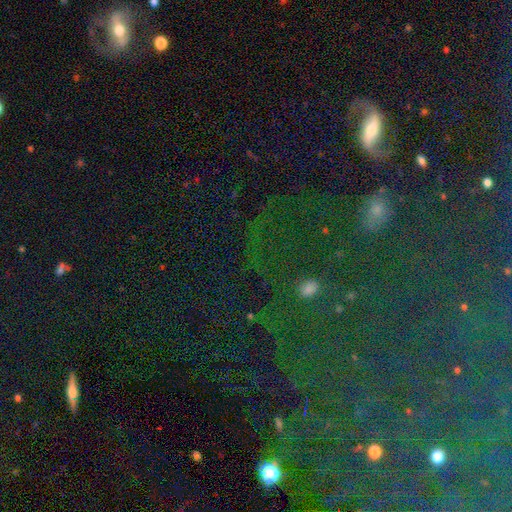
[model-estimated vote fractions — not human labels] The model was most divided on "smooth or featured": star or artifact: 61%, smooth: 24%, featured or disk: 15%.